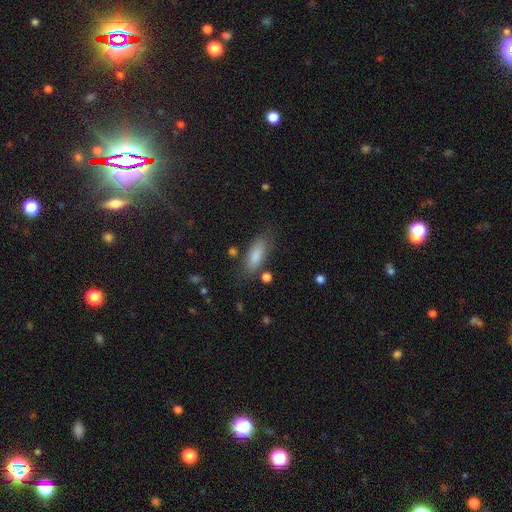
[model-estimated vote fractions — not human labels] A smooth galaxy with no disk features (84%) that is in between round and cigar-shaped (76%). Merging: none (73%).